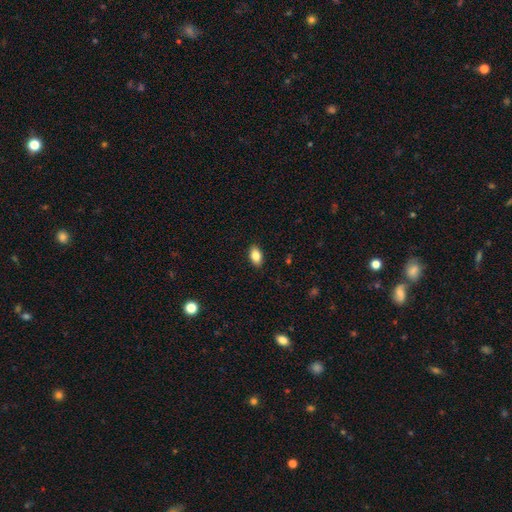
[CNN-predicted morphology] smooth_or_featured: smooth (p=0.83) [alt: featured or disk p=0.09]
how_rounded: in between (p=0.91) [alt: round p=0.06]
merging: none (p=0.89) [alt: minor disturbance p=0.08]